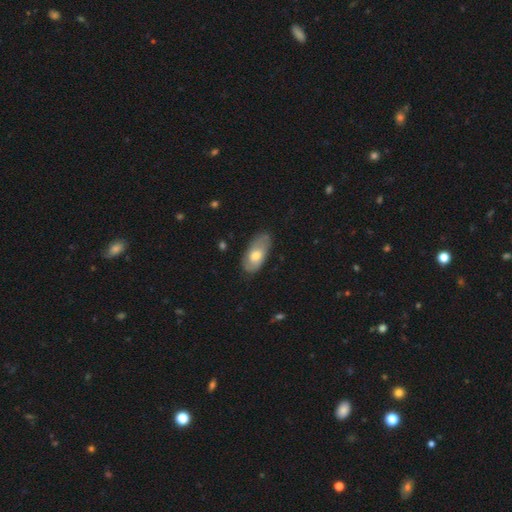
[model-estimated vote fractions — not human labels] Smooth or featured?
  - smooth: 54% *
  - featured or disk: 40%
  - star or artifact: 6%
How rounded?
  - in between: 90% *
  - cigar-shaped: 6%
  - round: 4%
Merging?
  - none: 69% *
  - minor disturbance: 24%
  - major disturbance: 5%
  - merger: 2%